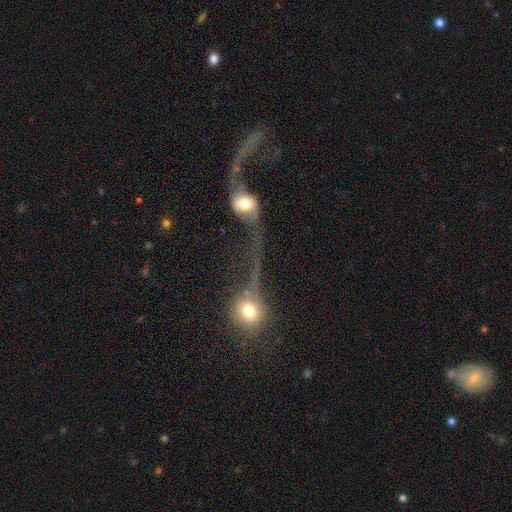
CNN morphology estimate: Q: Smooth or featured?
A: featured or disk (64%); runner-up: smooth (20%)
Q: Edge-on disk?
A: no (87%); runner-up: yes (13%)
Q: Bar?
A: no (65%); runner-up: weak (25%)
Q: Spiral arms?
A: yes (73%); runner-up: no (27%)
Q: Bulge size?
A: moderate (41%); runner-up: small (28%)
Q: Merging?
A: merger (39%); runner-up: none (26%)